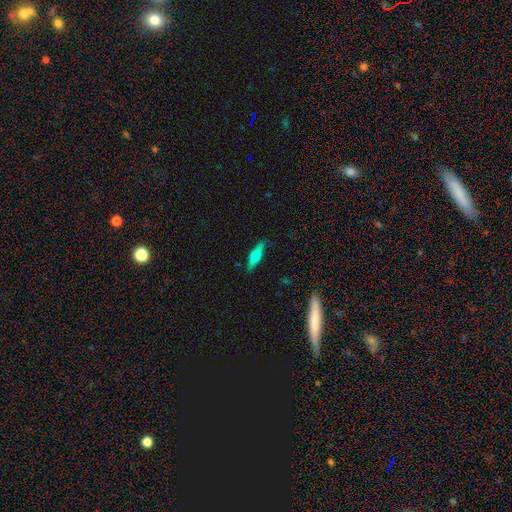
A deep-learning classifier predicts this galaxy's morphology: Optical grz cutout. It shows a featured or disk galaxy (48%). Merging: none (85%).